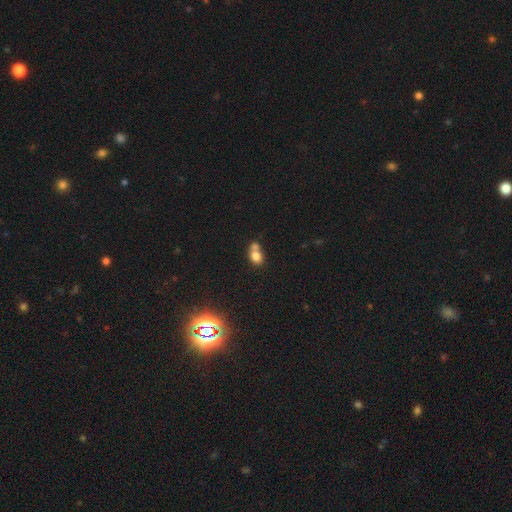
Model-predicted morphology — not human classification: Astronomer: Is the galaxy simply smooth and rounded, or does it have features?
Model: smooth — 75%.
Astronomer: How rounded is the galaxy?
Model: in between — 53% (runner-up: round, 46%).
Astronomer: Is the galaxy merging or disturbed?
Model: merger — 55% (runner-up: none, 32%).